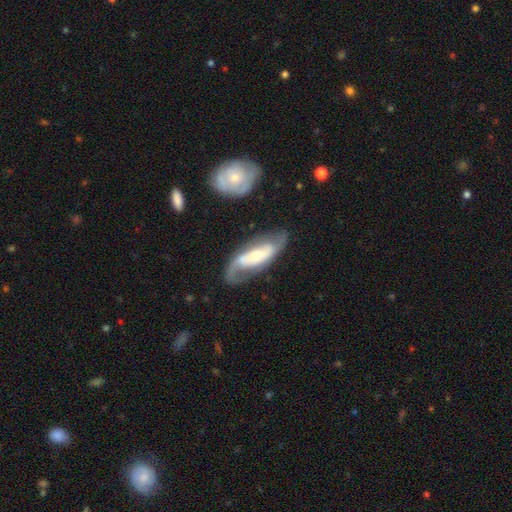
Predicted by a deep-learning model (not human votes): This is likely a featured or disk galaxy (77%). It is clearly not viewed edge-on (89%). Bar: marginally no (38%). Spiral arm pattern: clearly yes (90%). Spiral arm count: likely 2 (79%). Spiral winding: marginally medium (43%). Central bulge: possibly small (45%). Merging: likely none (65%).